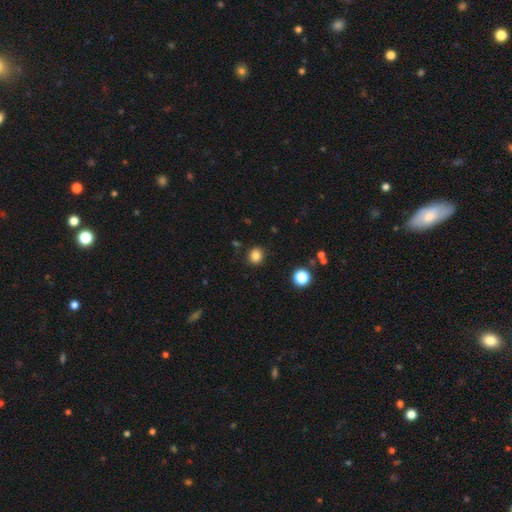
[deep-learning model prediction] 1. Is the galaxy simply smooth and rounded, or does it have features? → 83% smooth, 12% star or artifact, 5% featured or disk.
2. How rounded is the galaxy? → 81% round, 18% in between, 1% cigar-shaped.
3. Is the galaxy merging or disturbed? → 88% none, 7% minor disturbance, 2% major disturbance, 2% merger.